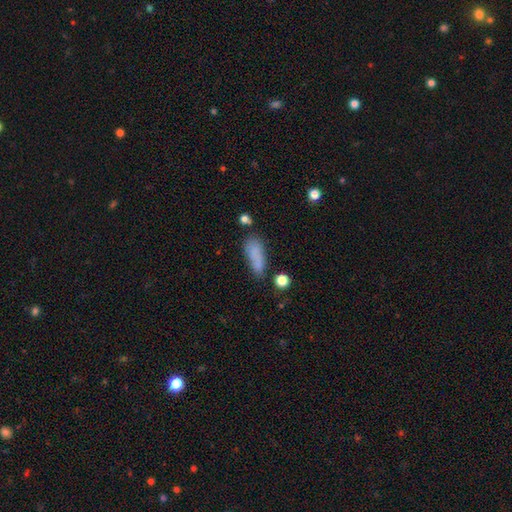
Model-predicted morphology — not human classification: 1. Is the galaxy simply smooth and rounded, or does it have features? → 77% smooth, 12% featured or disk, 11% star or artifact.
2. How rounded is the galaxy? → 60% in between, 37% cigar-shaped, 4% round.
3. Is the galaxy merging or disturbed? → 53% none, 26% minor disturbance, 13% major disturbance, 8% merger.